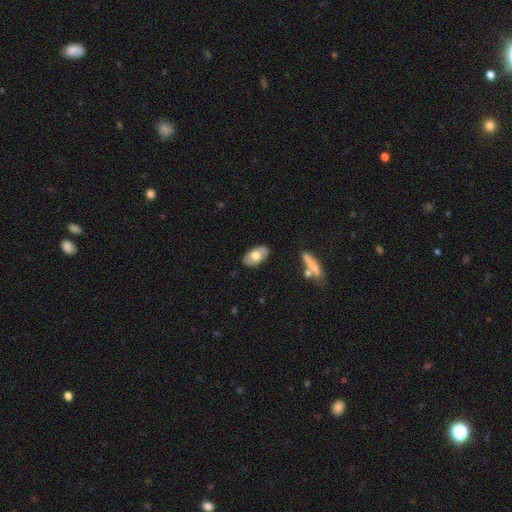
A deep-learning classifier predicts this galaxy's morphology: This is possibly a smooth galaxy (60%). How rounded: clearly in between (92%). Merging: clearly none (84%).